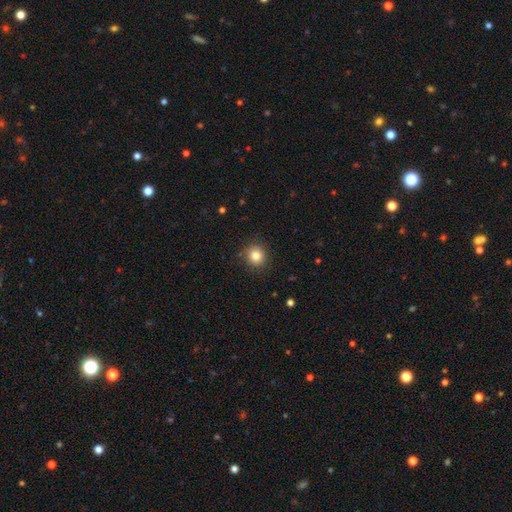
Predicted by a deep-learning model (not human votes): smooth-or-featured: smooth: 83% | star or artifact: 11% | featured or disk: 6%
  how-rounded: round: 90% | in between: 9% | cigar-shaped: 1%
  merging: none: 88% | minor disturbance: 9% | major disturbance: 2% | merger: 1%